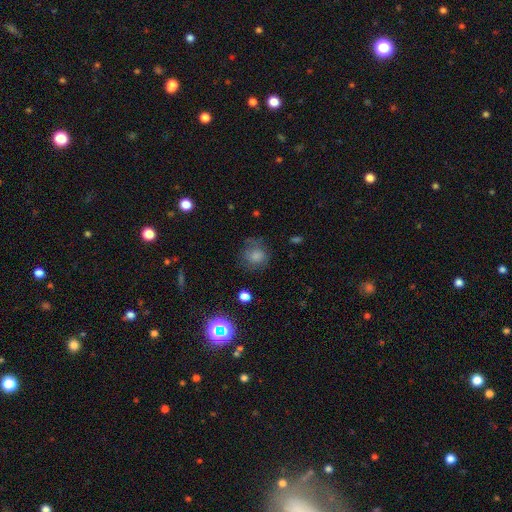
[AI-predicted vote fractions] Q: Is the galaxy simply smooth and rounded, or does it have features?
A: smooth — 74%.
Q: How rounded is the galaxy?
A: round — 78%.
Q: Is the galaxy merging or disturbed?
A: none — 64%.